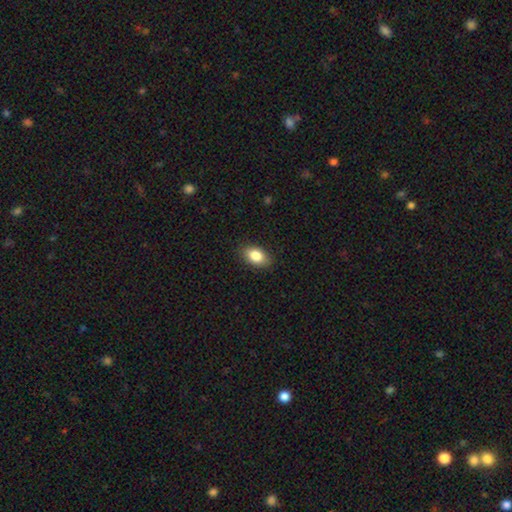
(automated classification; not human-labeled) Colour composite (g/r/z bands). It shows a smooth galaxy with no disk features (85%) that is in between round and cigar-shaped (87%). Merging: none (87%).